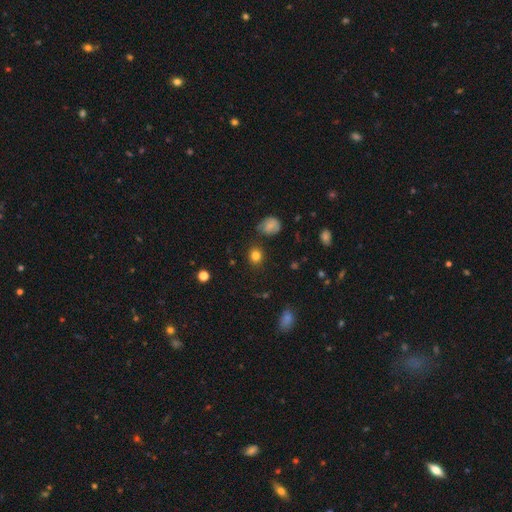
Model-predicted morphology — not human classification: Smooth or featured? Predicted: smooth (p=0.82). How rounded? Predicted: round (p=0.77). Merging? Predicted: none (p=0.84).